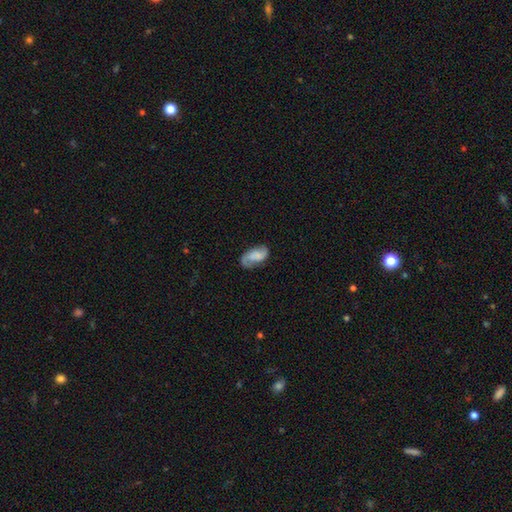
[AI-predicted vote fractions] This appears to be a featured or disk galaxy (68%) with no bar (52%), 2 (88%) medium (45%) spiral arms (93%) and no central bulge (45%). Merging: none (72%).